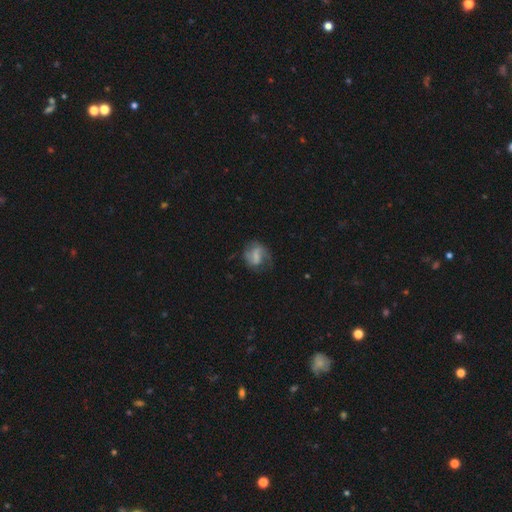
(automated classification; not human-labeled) Smooth or featured: featured or disk — 55% (smooth — 36%)
Edge-on disk: no — 97% (yes — 3%)
Bar: weak — 44% (strong — 33%)
Spiral arms: yes — 77% (no — 23%)
Bulge size: none — 45% (small — 29%)
Merging: none — 55% (minor disturbance — 24%)